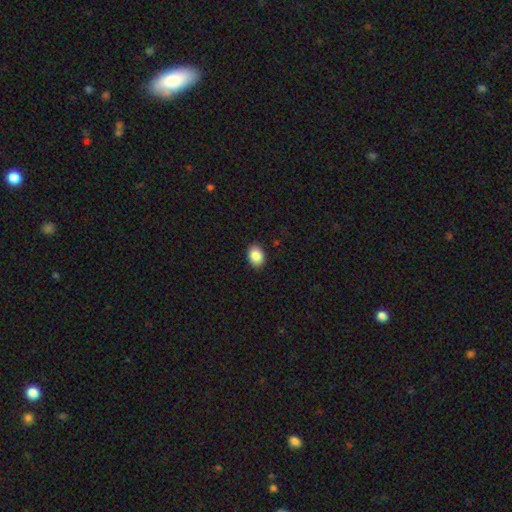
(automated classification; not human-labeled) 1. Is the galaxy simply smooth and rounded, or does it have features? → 87% smooth, 8% star or artifact, 5% featured or disk.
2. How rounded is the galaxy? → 71% in between, 29% round, 1% cigar-shaped.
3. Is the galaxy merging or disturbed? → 90% none, 7% minor disturbance, 2% major disturbance, 1% merger.